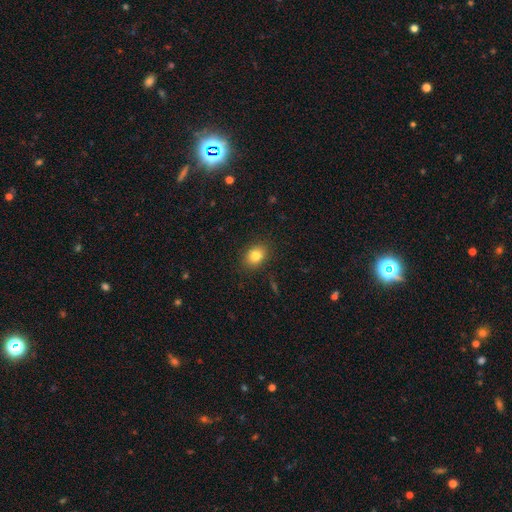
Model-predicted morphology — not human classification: smooth_or_featured: smooth (p=0.82) [alt: star or artifact p=0.10]
how_rounded: in between (p=0.61) [alt: round p=0.38]
merging: none (p=0.88) [alt: minor disturbance p=0.08]